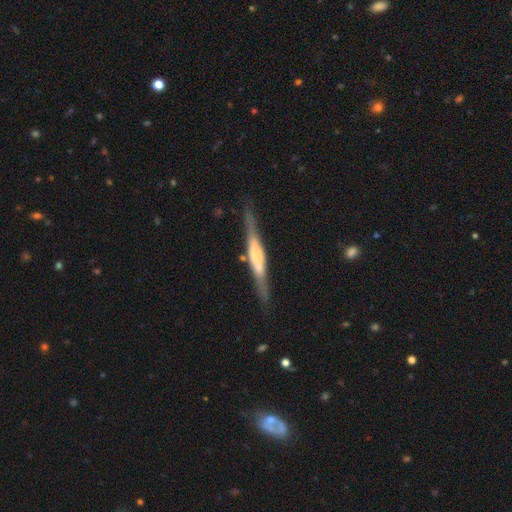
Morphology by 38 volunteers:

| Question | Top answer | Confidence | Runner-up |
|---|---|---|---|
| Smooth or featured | featured or disk | 92% | star or artifact (5%) |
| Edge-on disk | yes | 97% | no (3%) |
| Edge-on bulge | boxy | 59% | rounded (32%) |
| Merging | none | 92% | major disturbance (6%) |